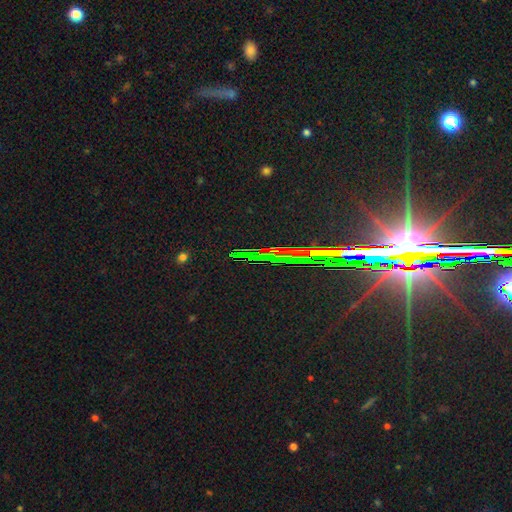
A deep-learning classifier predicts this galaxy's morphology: smooth-or-featured: star or artifact: 80% | smooth: 12% | featured or disk: 8%